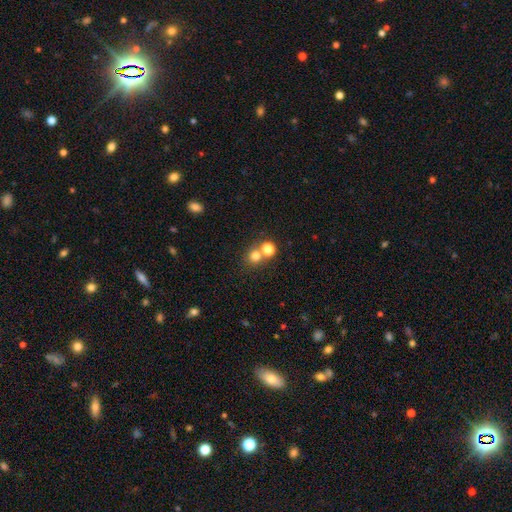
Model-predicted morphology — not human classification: The model was most divided on "merging": none: 59%, merger: 32%, minor disturbance: 6%, major disturbance: 3%. More confident: how rounded — round (86%); smooth or featured — smooth (75%).